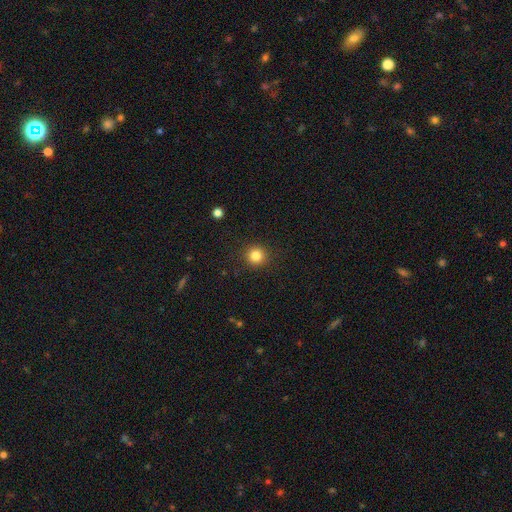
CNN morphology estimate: smooth-or-featured: smooth: 83% | star or artifact: 12% | featured or disk: 5%
  how-rounded: round: 94% | in between: 5% | cigar-shaped: 1%
  merging: none: 91% | minor disturbance: 6% | major disturbance: 2% | merger: 1%